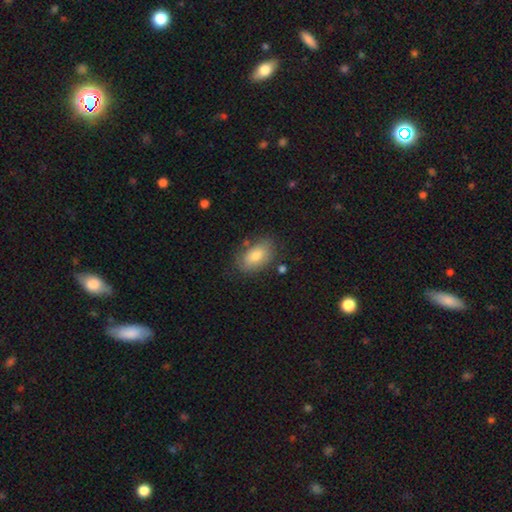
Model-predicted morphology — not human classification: A smooth galaxy with no disk features (77%) that is in between round and cigar-shaped (91%). Merging: none (74%).